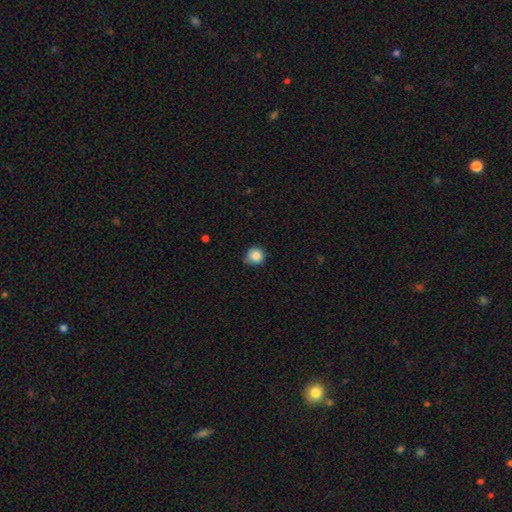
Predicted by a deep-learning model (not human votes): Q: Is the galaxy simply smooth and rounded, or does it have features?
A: smooth — 86%.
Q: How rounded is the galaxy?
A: round — 90%.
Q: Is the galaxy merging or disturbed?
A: none — 71%.